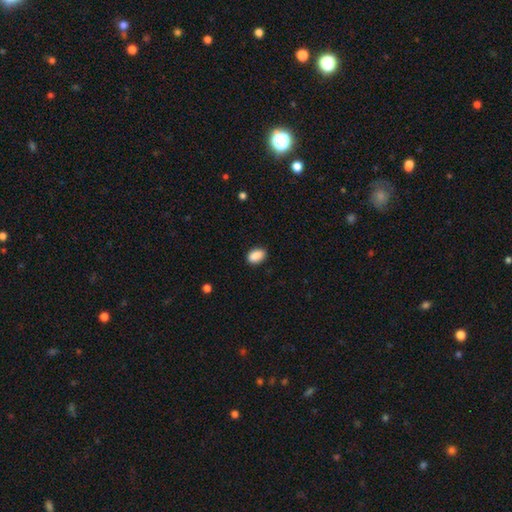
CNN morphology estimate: Smooth or featured?
  - smooth: 90% *
  - star or artifact: 7%
  - featured or disk: 3%
How rounded?
  - in between: 88% *
  - round: 10%
  - cigar-shaped: 1%
Merging?
  - none: 85% *
  - minor disturbance: 12%
  - major disturbance: 2%
  - merger: 1%